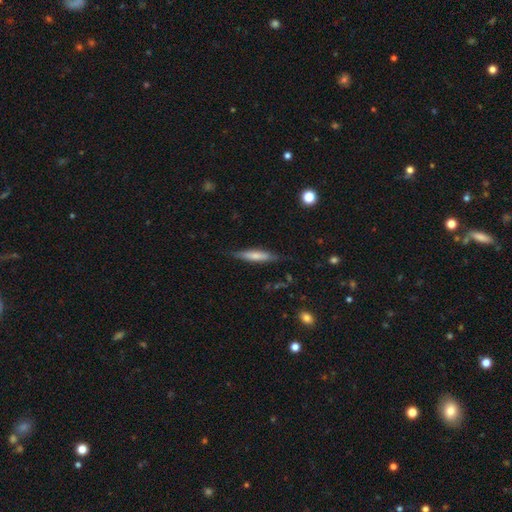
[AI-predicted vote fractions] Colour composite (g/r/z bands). It shows a smooth galaxy with no disk features (64%) that is cigar-shaped (84%). Merging: none (79%).